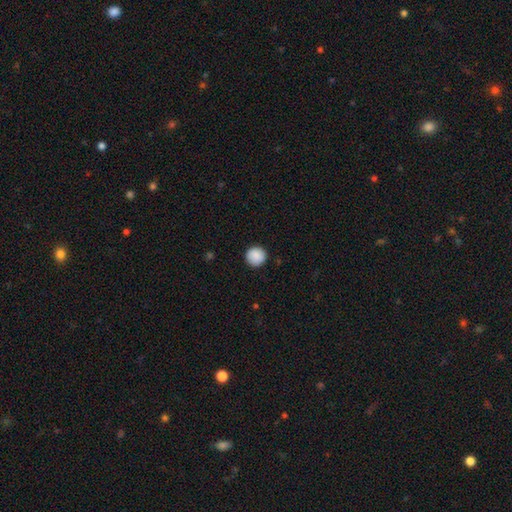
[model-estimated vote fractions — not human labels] smooth-or-featured: smooth: 90% | star or artifact: 7% | featured or disk: 3%
  how-rounded: round: 95% | in between: 4% | cigar-shaped: 1%
  merging: none: 92% | minor disturbance: 6% | major disturbance: 2% | merger: 1%